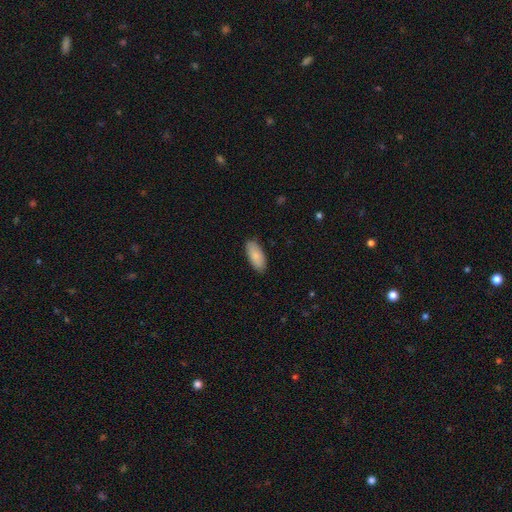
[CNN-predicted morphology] This appears to be a smooth galaxy with no disk features (86%) that is in between round and cigar-shaped (87%). Merging: none (88%).